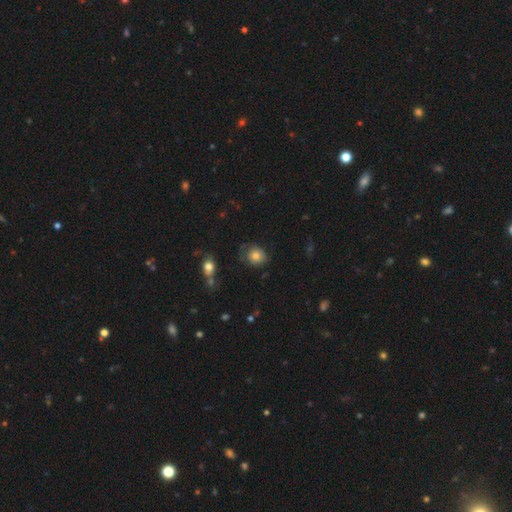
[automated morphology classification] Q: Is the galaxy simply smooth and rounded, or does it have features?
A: smooth — 78%.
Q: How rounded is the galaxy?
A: round — 77%.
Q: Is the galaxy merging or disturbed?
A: none — 67%.